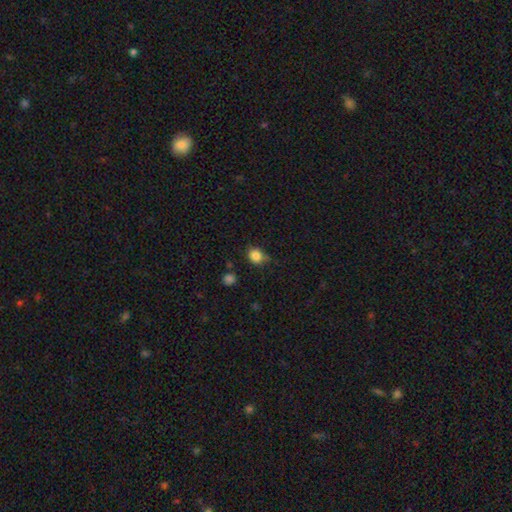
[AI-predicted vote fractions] This appears to be a smooth galaxy with no disk features (85%) that is round (65%). Merging: none (71%).